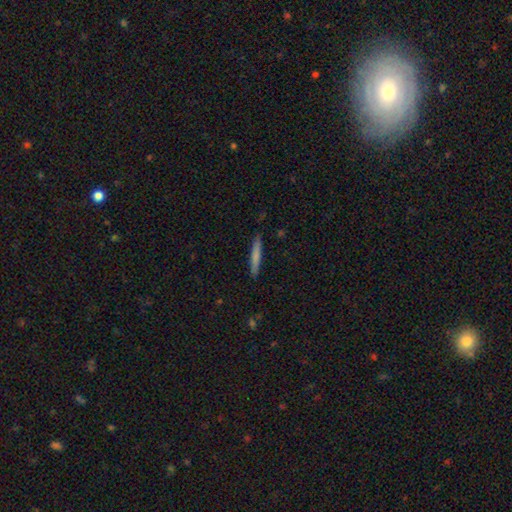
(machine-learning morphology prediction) A smooth galaxy with no disk features (68%) that is cigar-shaped (95%). Merging: none (90%).